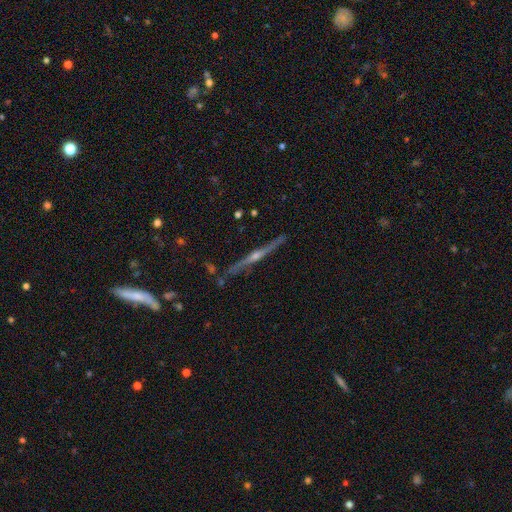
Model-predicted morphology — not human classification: Smooth or featured? featured or disk (77%)
Edge-on disk? yes (96%)
Edge-on bulge? rounded (83%)
Merging? none (82%)